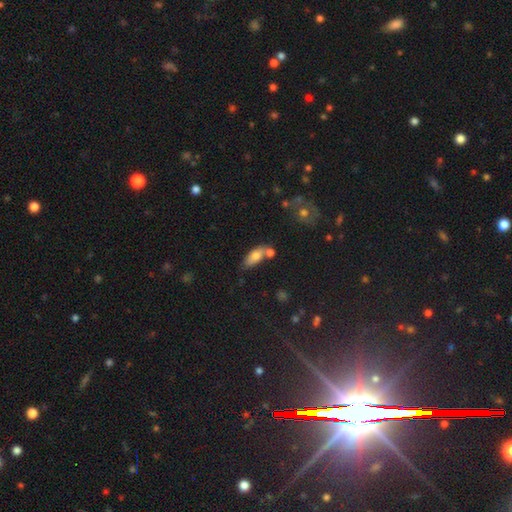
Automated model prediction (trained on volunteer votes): smooth_or_featured: smooth (p=0.74) [alt: featured or disk p=0.18]
how_rounded: in between (p=0.80) [alt: cigar-shaped p=0.16]
merging: none (p=0.53) [alt: merger p=0.26]